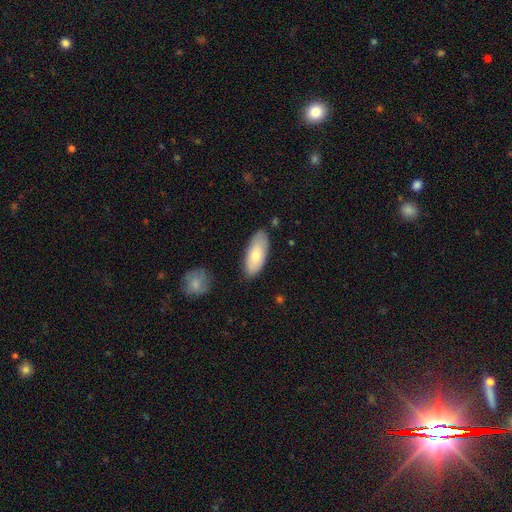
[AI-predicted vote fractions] This appears to be a smooth galaxy with no disk features (75%) that is in between round and cigar-shaped (86%). Merging: none (80%).